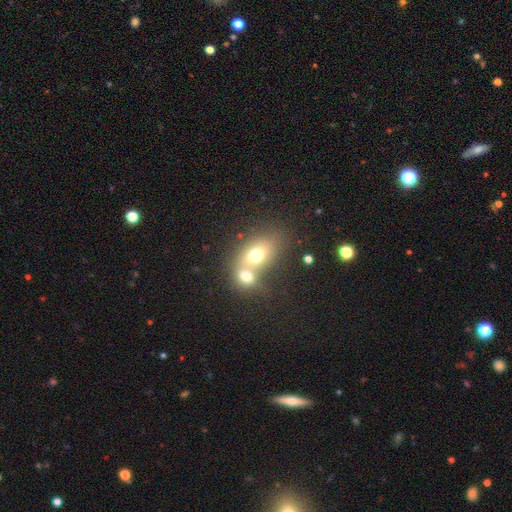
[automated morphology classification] type=smooth (67%); roundness=in between (71%); merging=merger (66%).